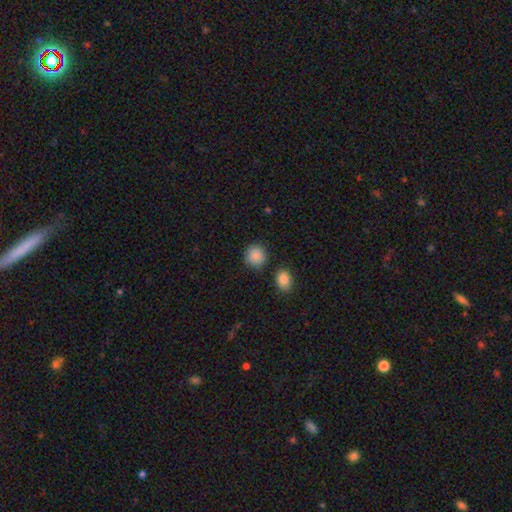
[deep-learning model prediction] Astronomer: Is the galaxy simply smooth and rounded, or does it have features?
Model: smooth — 88%.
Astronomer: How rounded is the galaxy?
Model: round — 88%.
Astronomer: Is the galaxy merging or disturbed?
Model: none — 84%.